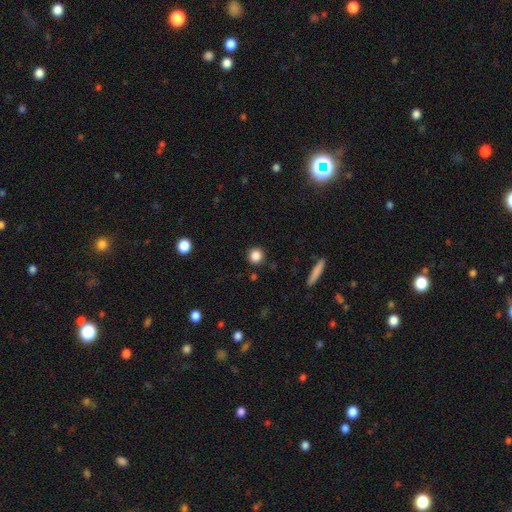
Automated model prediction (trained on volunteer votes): Smooth or featured? smooth (85%)
How rounded? round (92%)
Merging? none (90%)